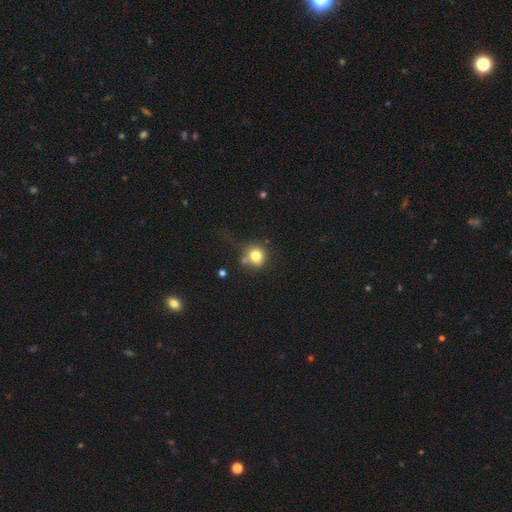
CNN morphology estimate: Smooth or featured? Predicted: smooth (p=0.78). How rounded? Predicted: round (p=0.87). Merging? Predicted: none (p=0.62).